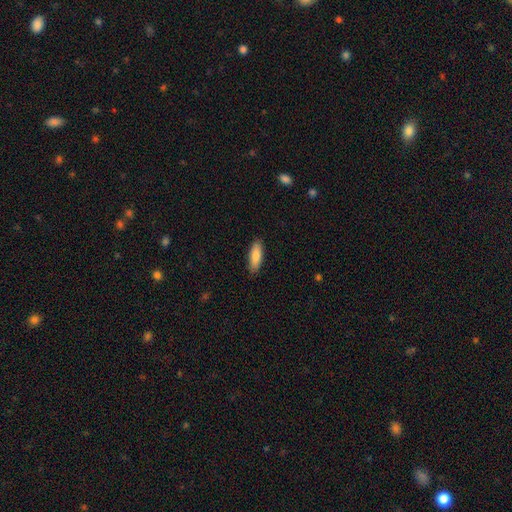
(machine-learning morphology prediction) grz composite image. It shows a smooth galaxy with no disk features (85%) that is in between round and cigar-shaped (61%). Merging: none (88%).